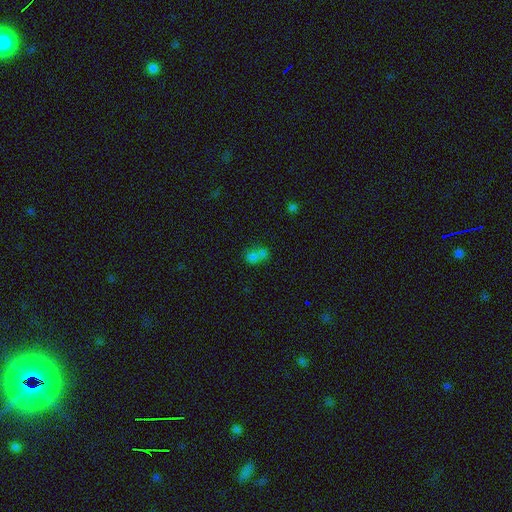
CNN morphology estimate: Smooth or featured? smooth (71%)
How rounded? in between (56%)
Merging? merger (62%)